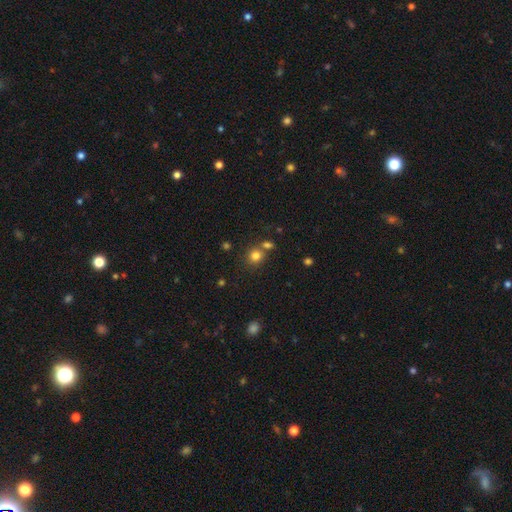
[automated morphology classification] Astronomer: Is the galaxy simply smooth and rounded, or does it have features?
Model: smooth — 80%.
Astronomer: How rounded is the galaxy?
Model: round — 85%.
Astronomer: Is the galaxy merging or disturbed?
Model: none — 65%.